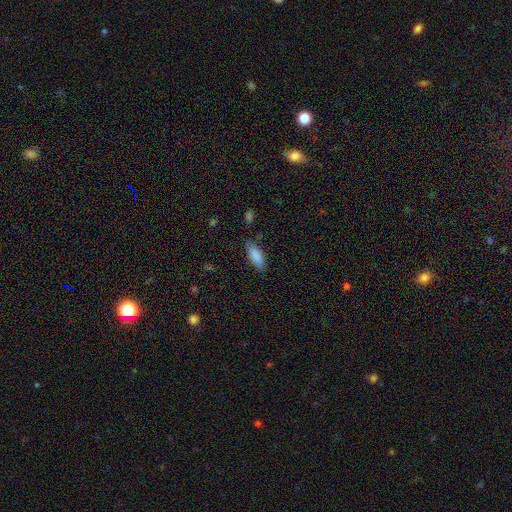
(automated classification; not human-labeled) smooth 83%, featured or disk 10%, star or artifact 7%. Down the decision tree: how rounded — in between (74%); merging — none (74%).